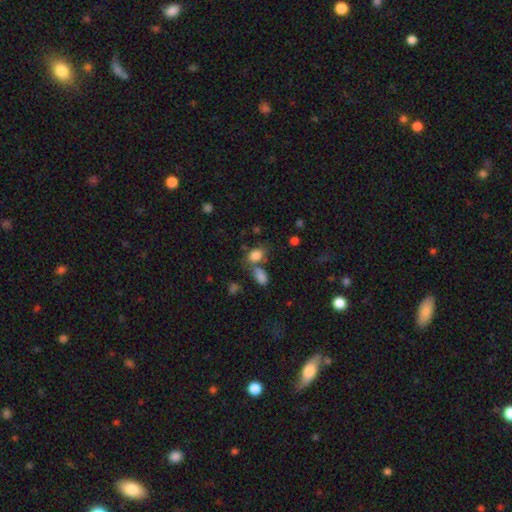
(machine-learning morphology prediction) Q: Smooth or featured?
A: smooth (82%); runner-up: star or artifact (11%)
Q: How rounded?
A: in between (73%); runner-up: round (25%)
Q: Merging?
A: none (51%); runner-up: merger (28%)